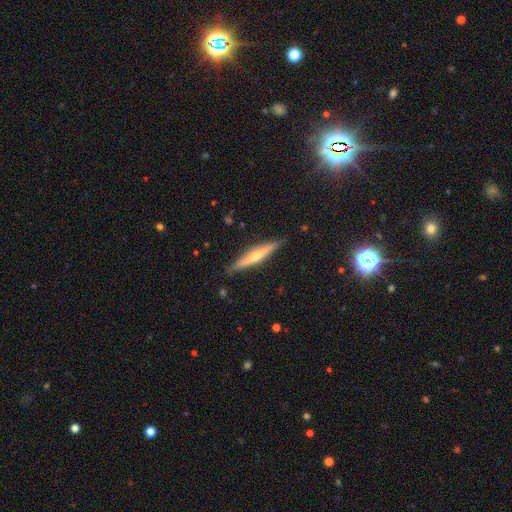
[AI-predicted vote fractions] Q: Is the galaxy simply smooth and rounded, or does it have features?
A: featured or disk — 65%.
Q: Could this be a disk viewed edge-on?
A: yes — 97%.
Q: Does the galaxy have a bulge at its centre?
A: rounded — 80%.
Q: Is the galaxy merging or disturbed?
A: none — 88%.